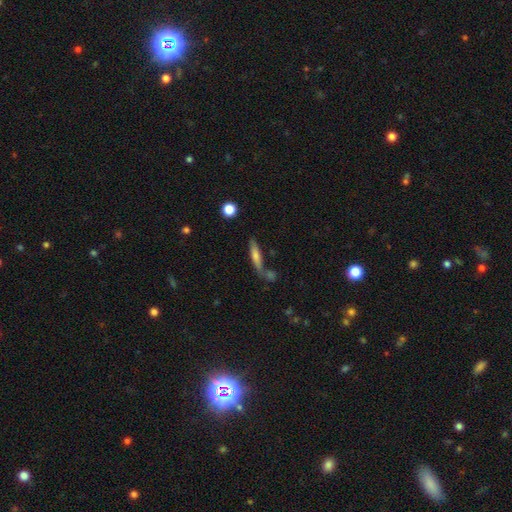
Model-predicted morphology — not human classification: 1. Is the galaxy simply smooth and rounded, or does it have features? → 56% smooth, 35% featured or disk, 9% star or artifact.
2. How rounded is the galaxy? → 81% cigar-shaped, 16% in between, 2% round.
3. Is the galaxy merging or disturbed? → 62% none, 17% merger, 15% minor disturbance, 6% major disturbance.